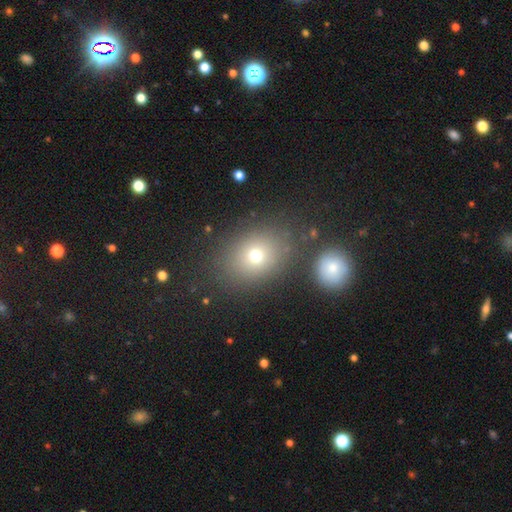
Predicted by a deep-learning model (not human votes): smooth-or-featured: smooth: 70% | star or artifact: 17% | featured or disk: 13%
  how-rounded: in between: 54% | round: 45% | cigar-shaped: 1%
  merging: none: 77% | minor disturbance: 11% | merger: 7% | major disturbance: 5%